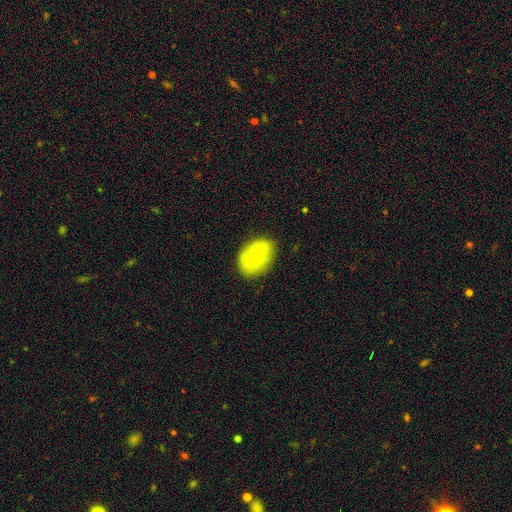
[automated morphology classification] Smooth or featured? smooth (55%)
How rounded? in between (73%)
Merging? none (81%)